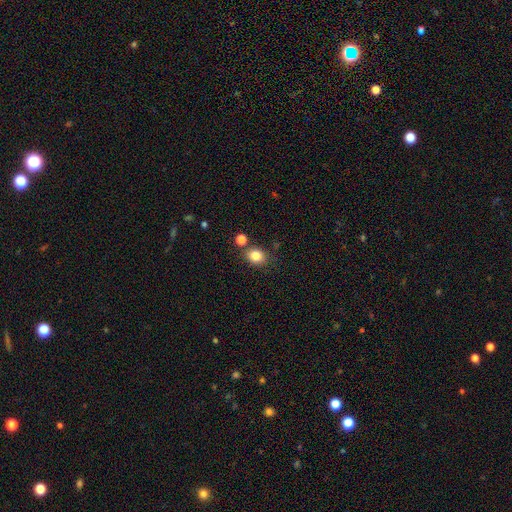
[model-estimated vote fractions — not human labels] Smooth or featured: smooth — 83% (star or artifact — 11%)
How rounded: round — 55% (in between — 44%)
Merging: none — 78% (minor disturbance — 11%)